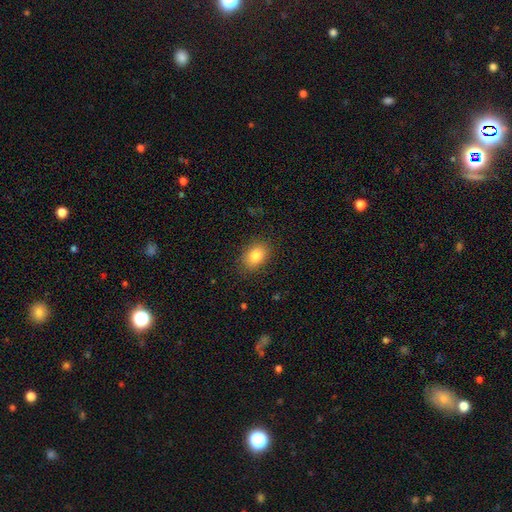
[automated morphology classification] smooth_or_featured: smooth (p=0.83) [alt: star or artifact p=0.09]
how_rounded: in between (p=0.76) [alt: round p=0.23]
merging: none (p=0.86) [alt: minor disturbance p=0.10]